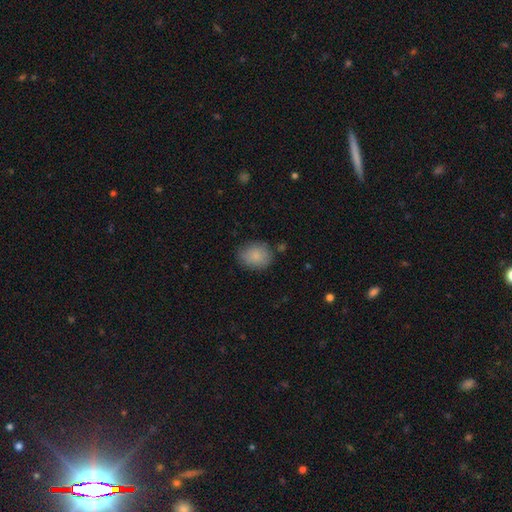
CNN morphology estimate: Smooth or featured? Predicted: smooth (p=0.85). How rounded? Predicted: round (p=0.56). Merging? Predicted: none (p=0.78).